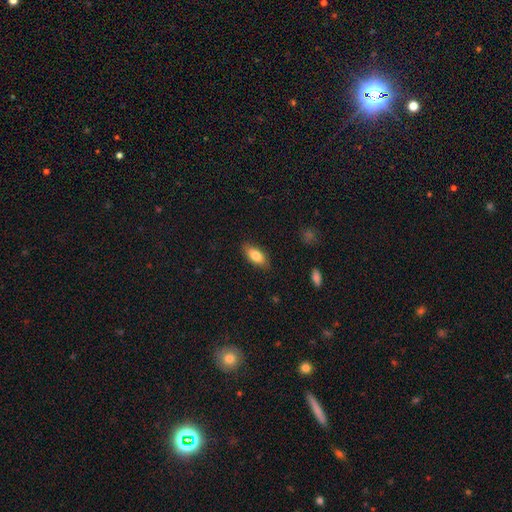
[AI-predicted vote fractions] A smooth galaxy with no disk features (79%) that is in between round and cigar-shaped (83%).

Vote fractions:
- Smooth or featured? smooth: 79% / featured or disk: 15% / star or artifact: 7%
- How rounded? in between: 83% / cigar-shaped: 14% / round: 3%
- Merging? none: 85% / minor disturbance: 12% / major disturbance: 3% / merger: 1%